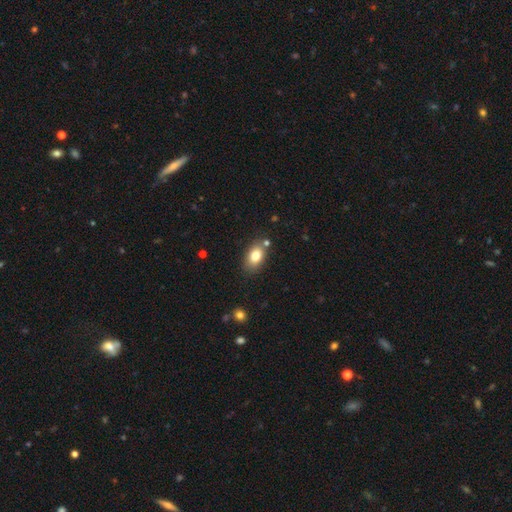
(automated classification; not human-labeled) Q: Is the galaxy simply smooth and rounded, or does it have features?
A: smooth — 80%.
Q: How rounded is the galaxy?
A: in between — 87%.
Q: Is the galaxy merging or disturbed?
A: none — 77%.